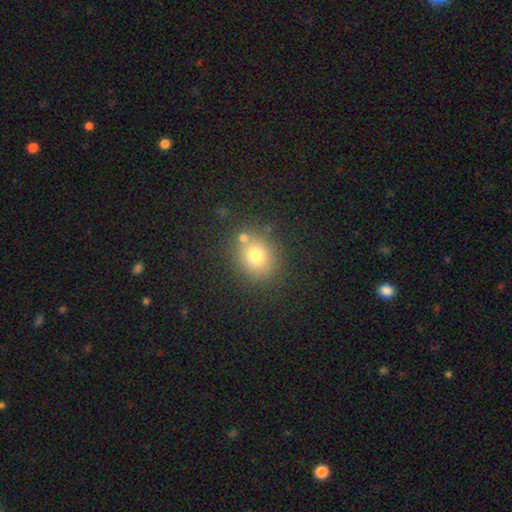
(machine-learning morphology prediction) Smooth or featured? smooth (73%)
How rounded? round (73%)
Merging? none (73%)